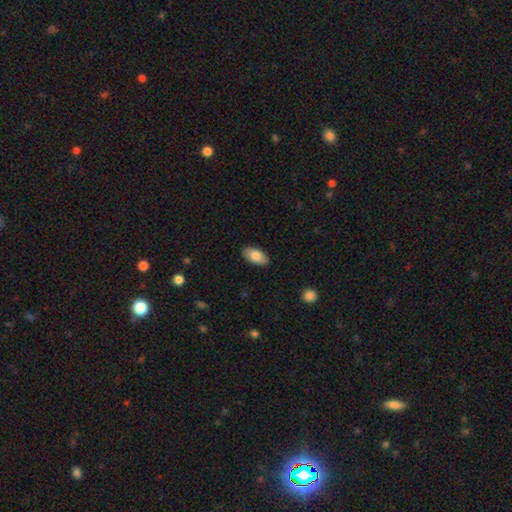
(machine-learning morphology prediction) A smooth galaxy with no disk features (83%) that is in between round and cigar-shaped (94%).

Vote fractions:
- Smooth or featured? smooth: 83% / featured or disk: 10% / star or artifact: 6%
- How rounded? in between: 94% / cigar-shaped: 4% / round: 2%
- Merging? none: 87% / minor disturbance: 10% / major disturbance: 2% / merger: 1%